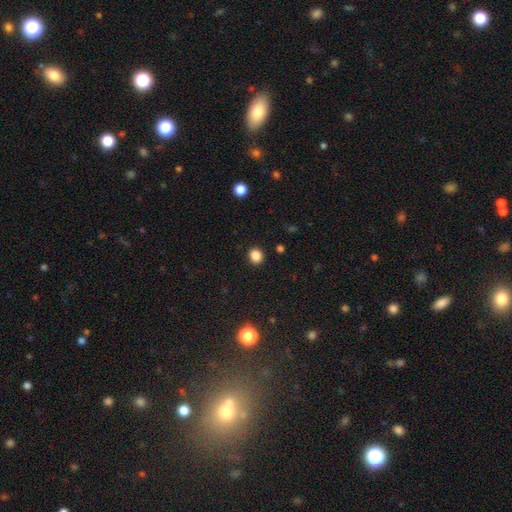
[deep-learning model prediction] Morphology: type=smooth (86%); roundness=round (77%); merging=none (91%).